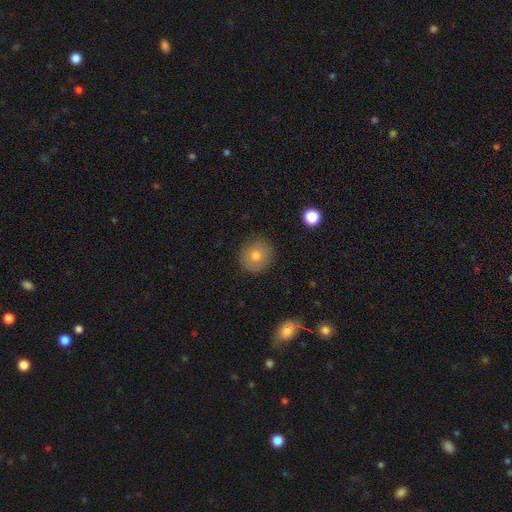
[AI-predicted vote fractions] A smooth galaxy with no disk features (70%) that is round (88%).

Vote fractions:
- Smooth or featured? smooth: 70% / featured or disk: 20% / star or artifact: 10%
- How rounded? round: 88% / in between: 11% / cigar-shaped: 1%
- Merging? none: 88% / minor disturbance: 9% / major disturbance: 2% / merger: 1%